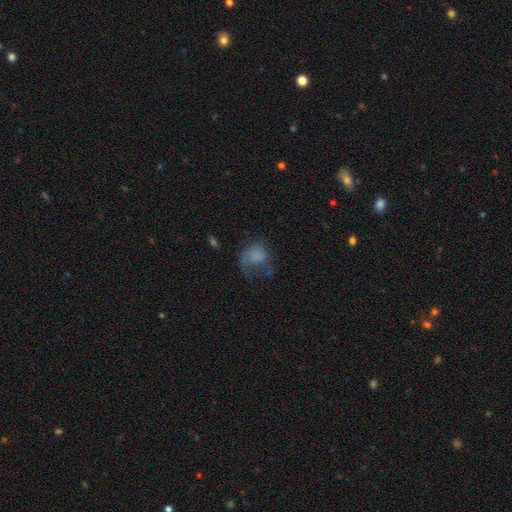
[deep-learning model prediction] smooth-or-featured: smooth: 61% | featured or disk: 27% | star or artifact: 12%
  how-rounded: round: 51% | in between: 47% | cigar-shaped: 1%
  merging: major disturbance: 50% | none: 26% | minor disturbance: 21% | merger: 3%